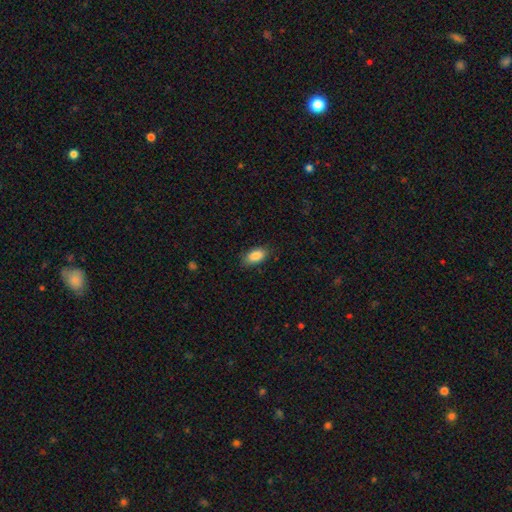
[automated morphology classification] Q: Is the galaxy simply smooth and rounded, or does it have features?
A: smooth — 88%.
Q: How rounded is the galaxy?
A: in between — 91%.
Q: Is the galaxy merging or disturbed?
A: none — 82%.